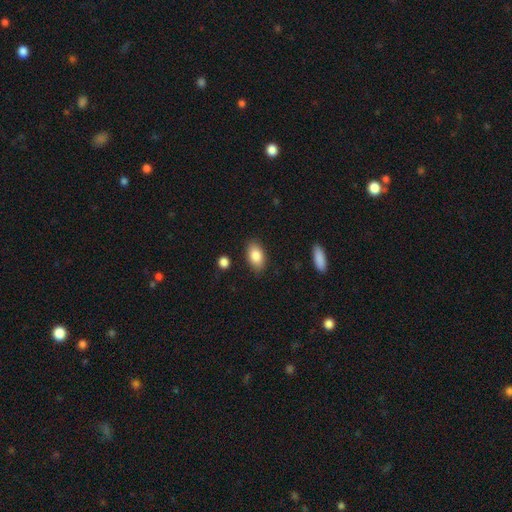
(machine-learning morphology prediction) A smooth galaxy with no disk features (85%) that is in between round and cigar-shaped (91%). Merging: none (85%).